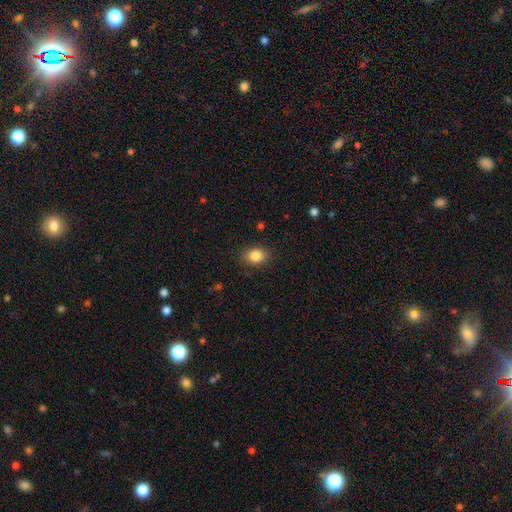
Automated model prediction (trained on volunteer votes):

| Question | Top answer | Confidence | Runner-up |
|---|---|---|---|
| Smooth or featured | smooth | 85% | star or artifact (9%) |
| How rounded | in between | 67% | round (32%) |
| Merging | none | 86% | minor disturbance (10%) |